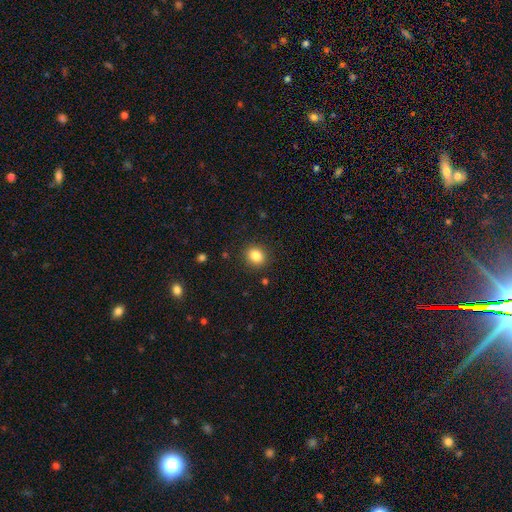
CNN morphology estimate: type=smooth (84%); roundness=round (73%); merging=none (89%).